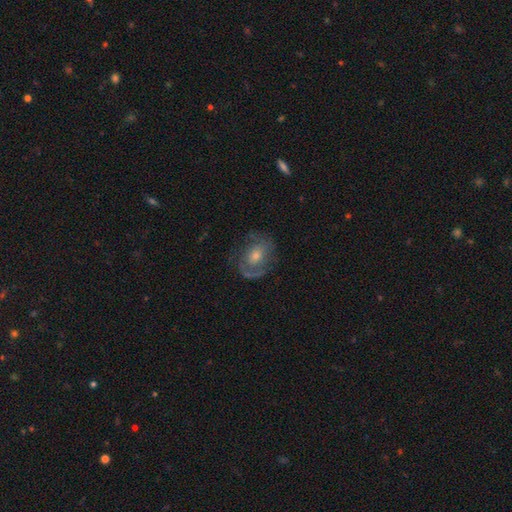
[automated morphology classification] A featured or disk galaxy (72%) with no bar (66%), 2 (52%) medium (42%) spiral arms (83%) and a moderate central bulge (55%). Merging: none (69%).